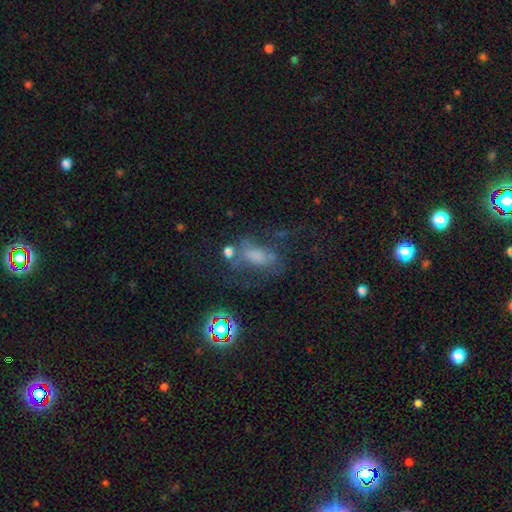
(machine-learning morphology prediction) This is marginally a featured or disk galaxy (39%). Merging: marginally none (39%).